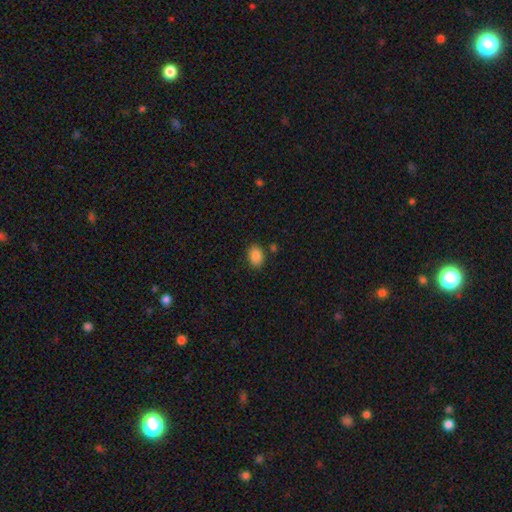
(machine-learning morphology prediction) smooth 87%, star or artifact 9%, featured or disk 4%. Down the decision tree: how rounded — in between (77%); merging — none (82%).